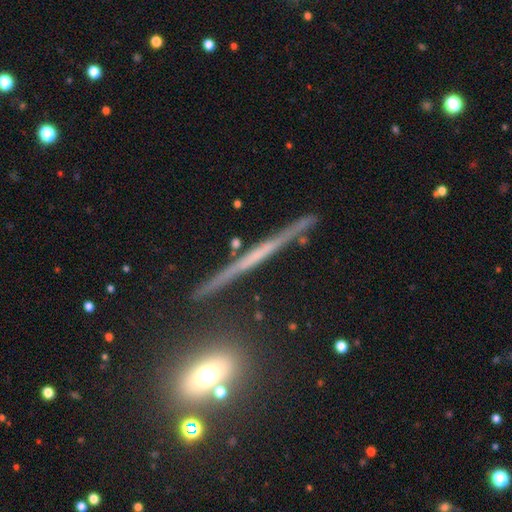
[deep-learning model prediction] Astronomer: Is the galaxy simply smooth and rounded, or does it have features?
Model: featured or disk — 67%.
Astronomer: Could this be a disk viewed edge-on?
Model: yes — 96%.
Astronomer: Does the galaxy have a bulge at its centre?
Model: none — 83%.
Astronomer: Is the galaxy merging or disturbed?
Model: none — 85%.